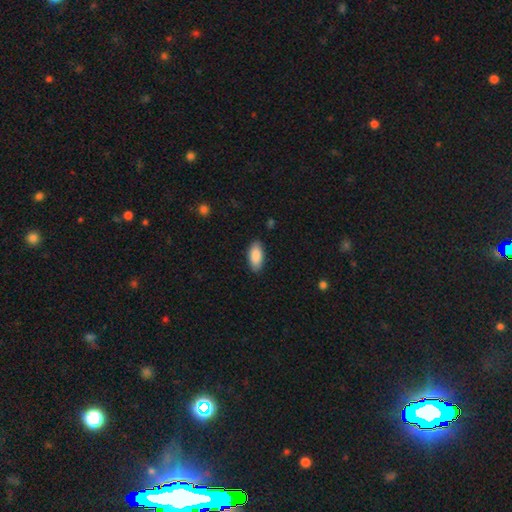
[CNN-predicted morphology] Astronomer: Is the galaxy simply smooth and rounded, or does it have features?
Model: smooth — 89%.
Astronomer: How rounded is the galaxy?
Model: in between — 91%.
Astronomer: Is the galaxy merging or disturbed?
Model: none — 87%.